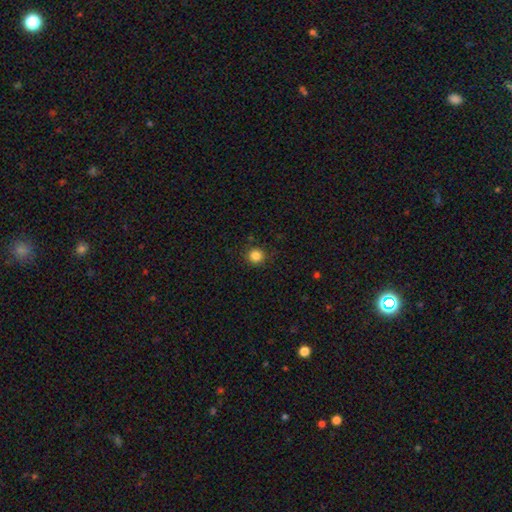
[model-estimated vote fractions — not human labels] smooth-or-featured: smooth: 84% | star or artifact: 12% | featured or disk: 4%
  how-rounded: round: 93% | in between: 6% | cigar-shaped: 1%
  merging: none: 88% | minor disturbance: 8% | major disturbance: 2% | merger: 1%